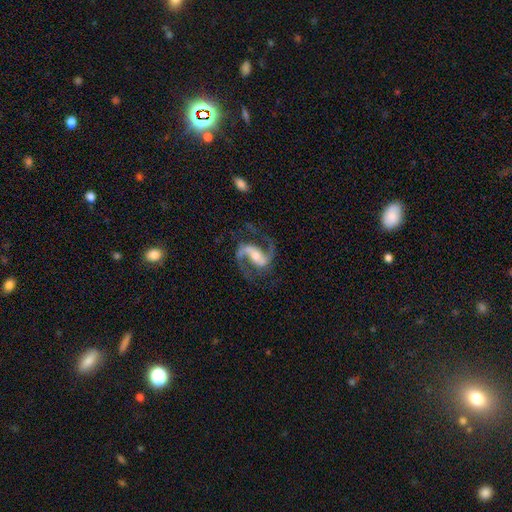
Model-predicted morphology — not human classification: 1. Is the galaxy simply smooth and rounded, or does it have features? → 92% featured or disk, 5% star or artifact, 3% smooth.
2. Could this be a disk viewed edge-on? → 97% no, 3% yes.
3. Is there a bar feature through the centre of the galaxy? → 47% strong, 34% weak, 19% no.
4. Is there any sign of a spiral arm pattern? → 98% yes, 2% no.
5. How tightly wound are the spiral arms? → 59% medium, 28% loose, 13% tight.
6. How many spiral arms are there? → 94% 2, 1% can't tell, 1% 1, 1% 3, 1% 4, 1% more than 4.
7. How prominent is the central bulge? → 49% moderate, 42% small, 5% large, 2% none, 1% dominant.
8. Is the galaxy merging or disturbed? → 78% none, 12% minor disturbance, 8% major disturbance, 2% merger.